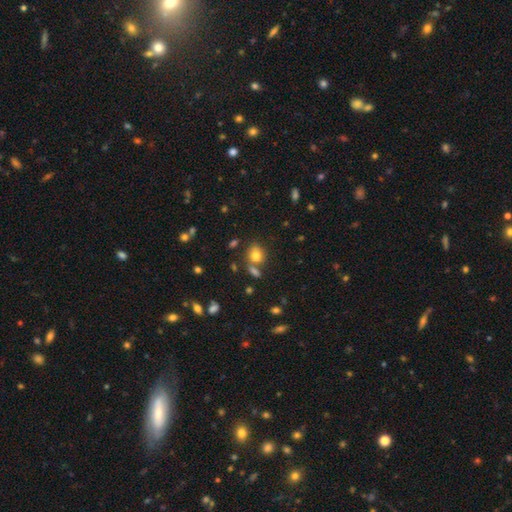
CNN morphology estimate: type=smooth (78%); roundness=round (58%); merging=none (64%).